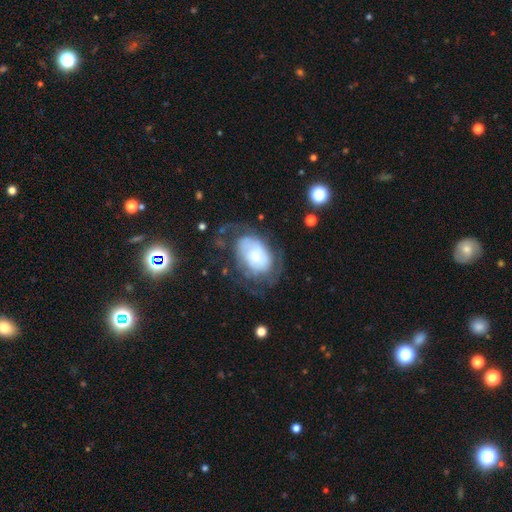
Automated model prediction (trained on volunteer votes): Smooth or featured? Predicted: featured or disk (p=0.63). Edge-on disk? Predicted: no (p=0.96). Bar? Predicted: no (p=0.74). Spiral arms? Predicted: yes (p=0.76). Bulge size? Predicted: small (p=0.41). Merging? Predicted: none (p=0.46).